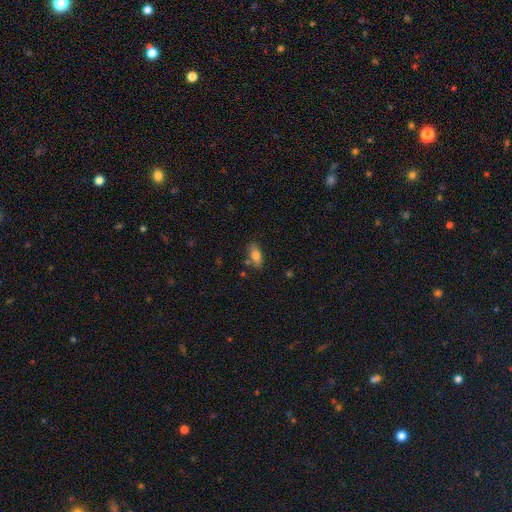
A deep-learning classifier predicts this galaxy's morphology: smooth 76%, featured or disk 16%, star or artifact 9%. Down the decision tree: how rounded — in between (82%); merging — none (69%).